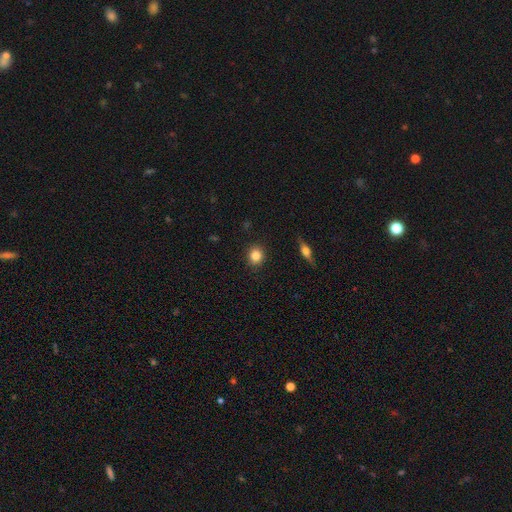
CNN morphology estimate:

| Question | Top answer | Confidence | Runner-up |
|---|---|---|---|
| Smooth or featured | smooth | 84% | star or artifact (9%) |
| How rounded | round | 83% | in between (15%) |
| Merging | none | 90% | minor disturbance (7%) |